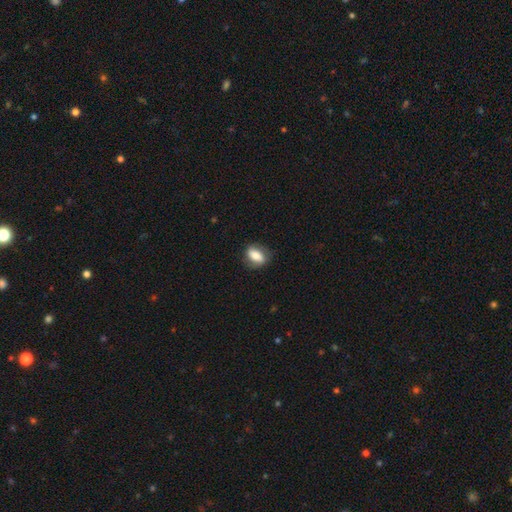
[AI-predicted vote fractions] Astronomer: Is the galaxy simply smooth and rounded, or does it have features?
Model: smooth — 71%.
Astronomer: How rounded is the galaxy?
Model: in between — 79%.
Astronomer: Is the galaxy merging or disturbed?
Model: none — 76%.